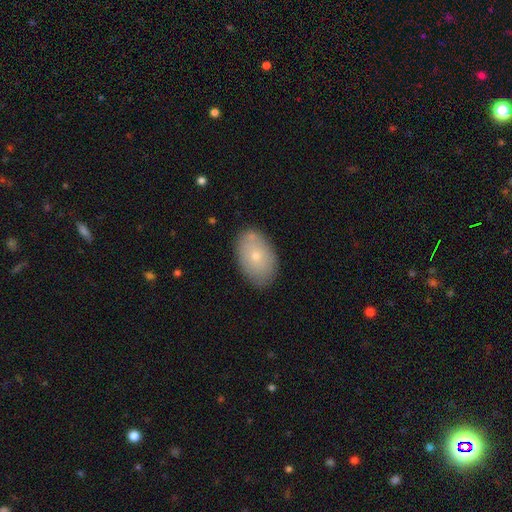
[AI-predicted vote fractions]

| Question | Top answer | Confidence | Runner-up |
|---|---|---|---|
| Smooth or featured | smooth | 69% | featured or disk (24%) |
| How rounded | in between | 89% | round (10%) |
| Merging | none | 81% | minor disturbance (13%) |